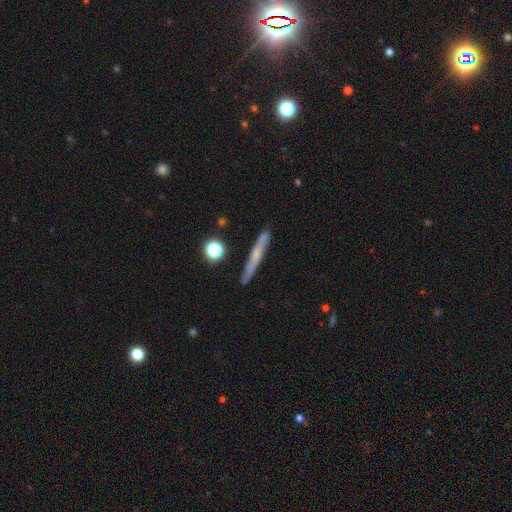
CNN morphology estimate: Overall: smooth (48%; featured or disk 44%). Merging: none (82%).